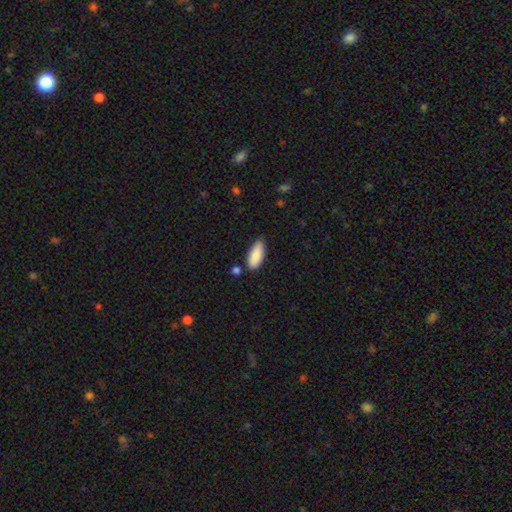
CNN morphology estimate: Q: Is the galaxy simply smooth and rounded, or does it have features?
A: smooth — 88%.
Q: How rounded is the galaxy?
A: in between — 80%.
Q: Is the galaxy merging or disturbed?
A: none — 78%.